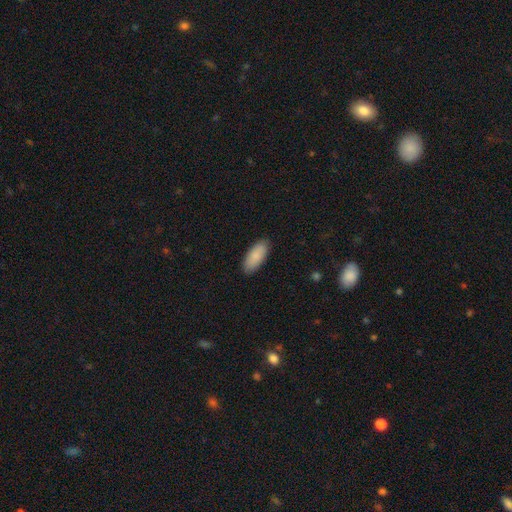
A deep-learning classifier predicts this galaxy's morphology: A smooth galaxy with no disk features (89%) that is in between round and cigar-shaped (85%).

Vote fractions:
- Smooth or featured? smooth: 89% / featured or disk: 6% / star or artifact: 5%
- How rounded? in between: 85% / cigar-shaped: 13% / round: 2%
- Merging? none: 89% / minor disturbance: 9% / major disturbance: 2% / merger: 1%